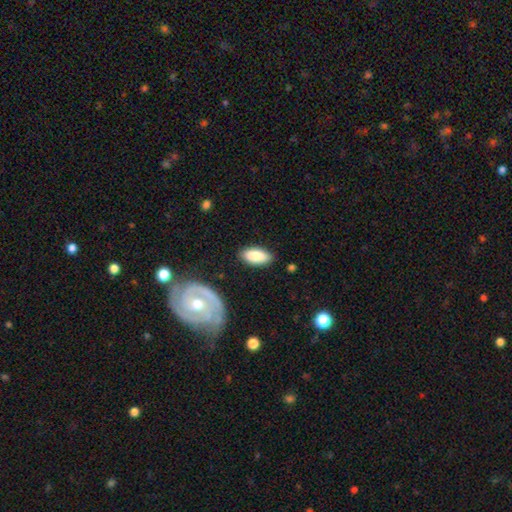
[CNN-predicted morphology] Overall: smooth (83%). How rounded: in between (91%). Merging: none (84%).